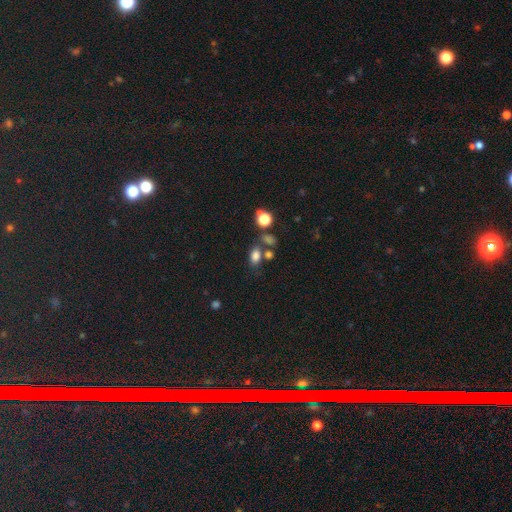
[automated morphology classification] The model was most divided on "merging": none: 59%, merger: 21%, minor disturbance: 14%, major disturbance: 6%. More confident: how rounded — in between (80%); smooth or featured — smooth (77%).